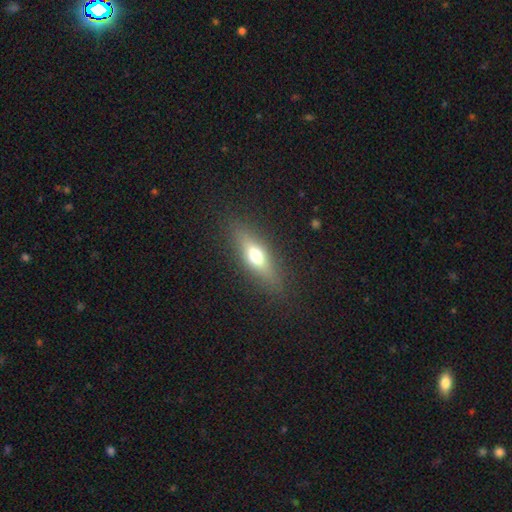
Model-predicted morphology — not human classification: This appears to be a smooth galaxy with no disk features (55%) that is in between round and cigar-shaped (49%). Merging: none (86%).